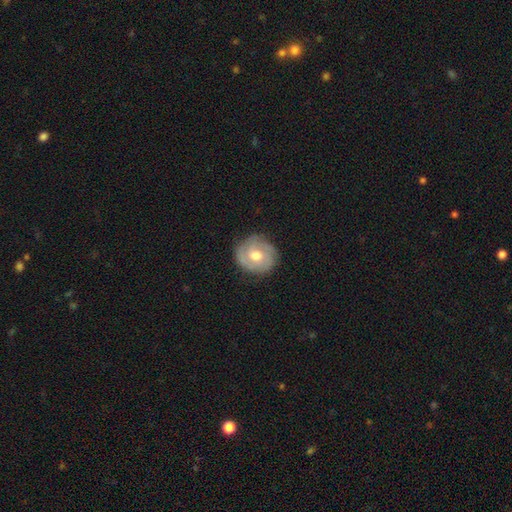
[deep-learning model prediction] Smooth or featured? featured or disk (59%)
Edge-on disk? no (97%)
Bar? no (72%)
Spiral arms? yes (77%)
Bulge size? moderate (78%)
Merging? none (80%)